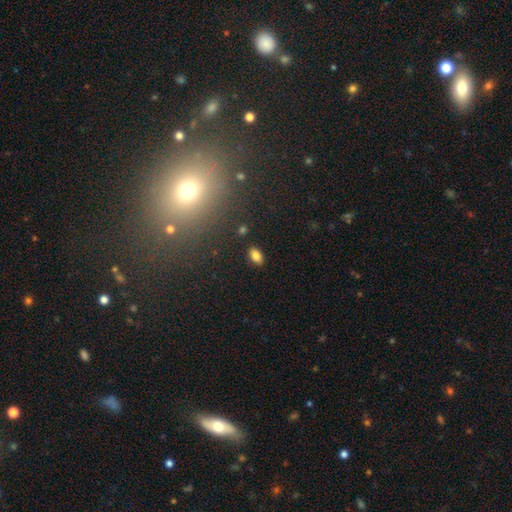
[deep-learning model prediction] smooth_or_featured: smooth (p=0.83) [alt: star or artifact p=0.11]
how_rounded: in between (p=0.90) [alt: round p=0.08]
merging: none (p=0.86) [alt: minor disturbance p=0.09]